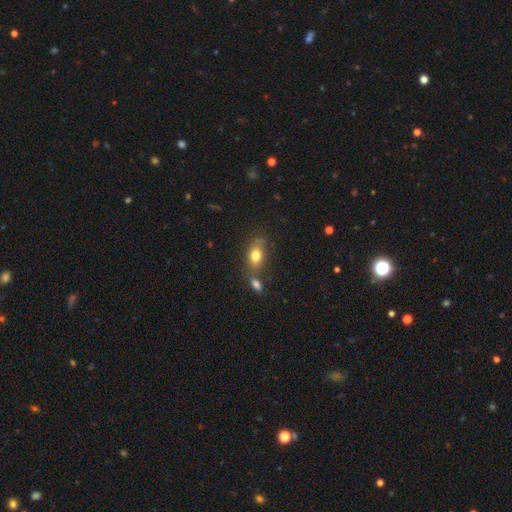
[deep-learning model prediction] Smooth or featured? Predicted: smooth (p=0.77). How rounded? Predicted: in between (p=0.81). Merging? Predicted: none (p=0.55).